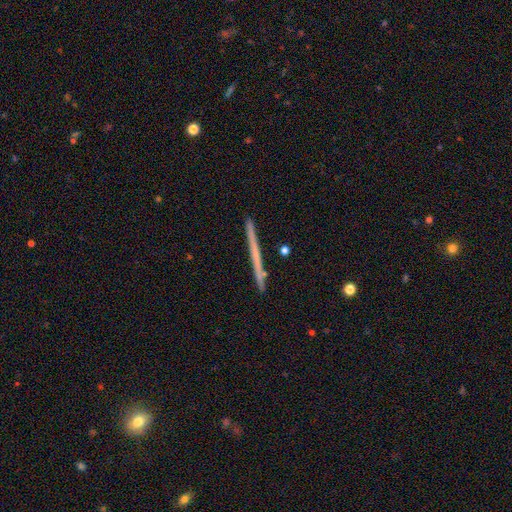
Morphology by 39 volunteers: smooth_or_featured: featured or disk (p=0.62) [alt: smooth p=0.28]
disk_edge_on: yes (p=1.00)
edge_on_bulge: none (p=1.00)
merging: none (p=0.89) [alt: minor disturbance p=0.11]